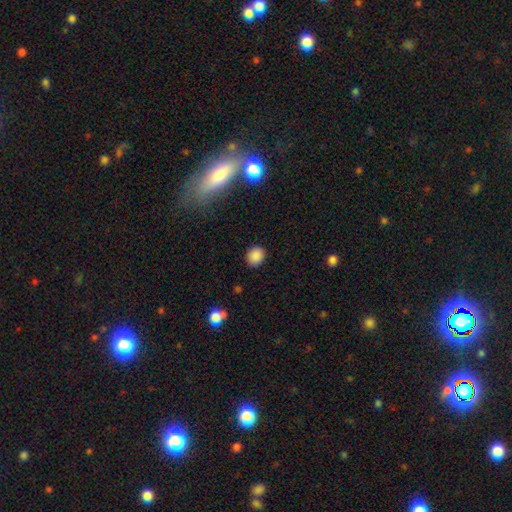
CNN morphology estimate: Smooth or featured?
  - smooth: 87% *
  - star or artifact: 10%
  - featured or disk: 3%
How rounded?
  - round: 71% *
  - in between: 28%
  - cigar-shaped: 1%
Merging?
  - none: 89% *
  - minor disturbance: 8%
  - major disturbance: 2%
  - merger: 1%